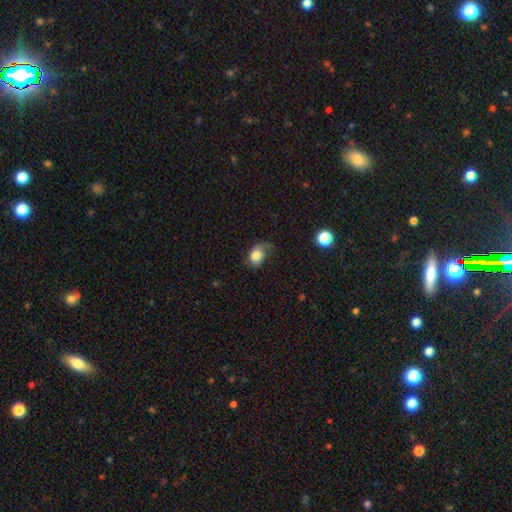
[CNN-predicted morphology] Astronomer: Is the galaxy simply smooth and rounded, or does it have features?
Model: smooth — 72%.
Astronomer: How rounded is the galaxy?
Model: in between — 70%.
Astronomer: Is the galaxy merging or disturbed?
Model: none — 37% (runner-up: minor disturbance, 34%).